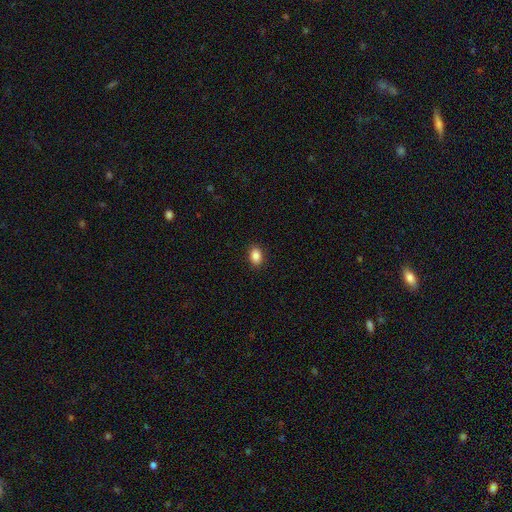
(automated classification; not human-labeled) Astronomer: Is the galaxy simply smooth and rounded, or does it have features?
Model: smooth — 87%.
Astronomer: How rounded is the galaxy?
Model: in between — 79%.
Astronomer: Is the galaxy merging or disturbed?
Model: none — 90%.